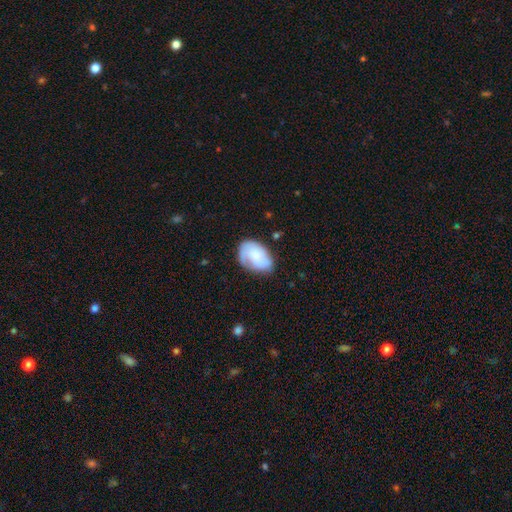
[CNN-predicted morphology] This appears to be a smooth galaxy with no disk features (51%) that is in between round and cigar-shaped (81%). Merging: none (56%).